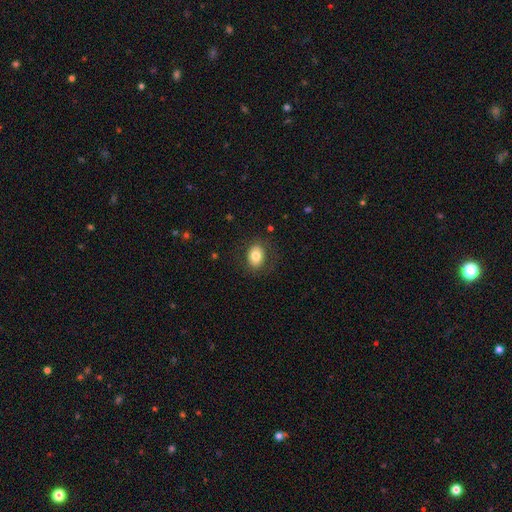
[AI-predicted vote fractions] A smooth galaxy with no disk features (78%) that is in between round and cigar-shaped (70%). Merging: none (81%).